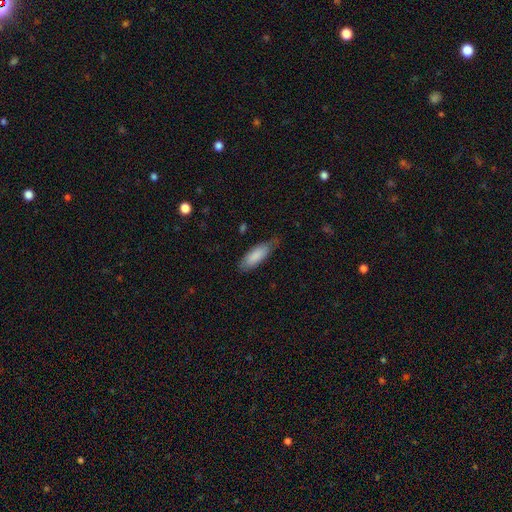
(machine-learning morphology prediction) The model was most divided on "merging": none: 65%, minor disturbance: 28%, major disturbance: 6%, merger: 1%. More confident: smooth or featured — smooth (85%); how rounded — in between (69%).